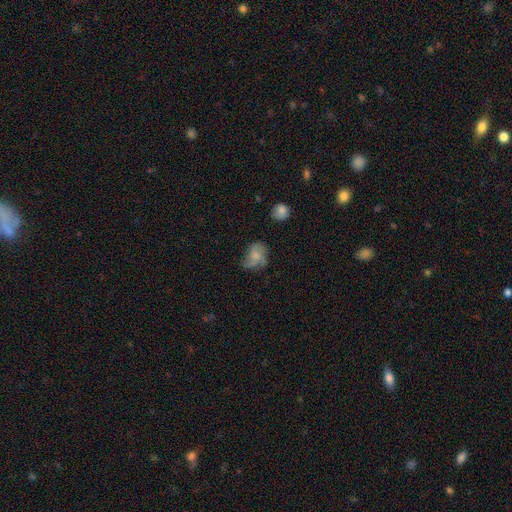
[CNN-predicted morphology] Smooth or featured? Predicted: featured or disk (p=0.49). Merging? Predicted: none (p=0.46).